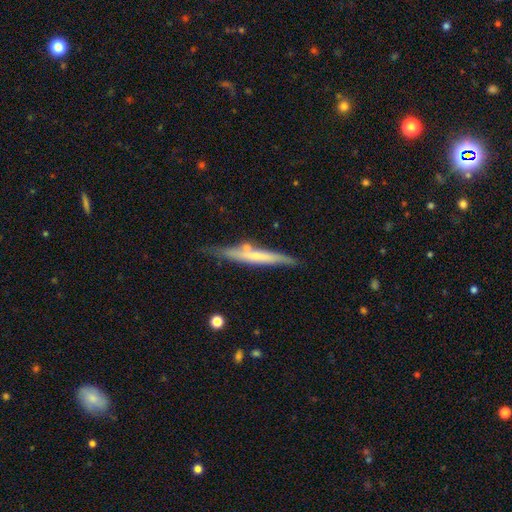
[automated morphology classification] smooth_or_featured: featured or disk (p=0.49) [alt: smooth p=0.45]
merging: none (p=0.69) [alt: minor disturbance p=0.20]